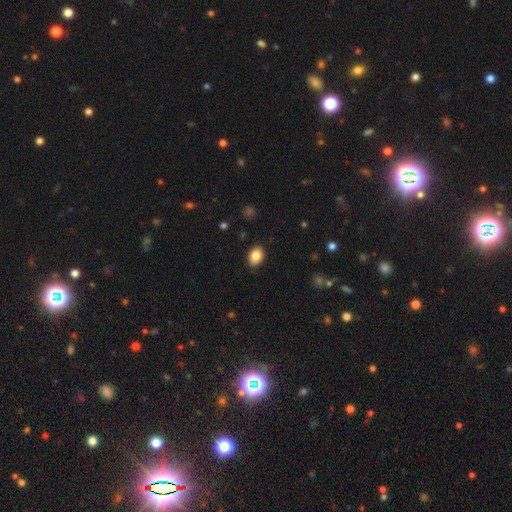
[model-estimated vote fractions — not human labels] Smooth or featured: smooth — 86% (star or artifact — 8%)
How rounded: in between — 75% (round — 24%)
Merging: none — 86% (minor disturbance — 11%)